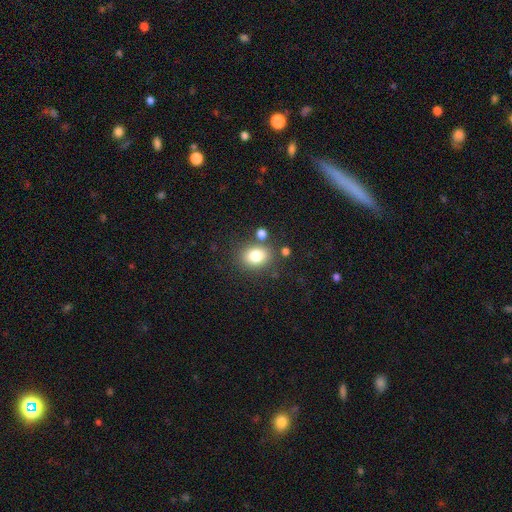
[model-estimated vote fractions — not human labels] Smooth or featured?
  - smooth: 80% *
  - star or artifact: 11%
  - featured or disk: 9%
How rounded?
  - in between: 52% *
  - round: 47%
  - cigar-shaped: 1%
Merging?
  - none: 75% *
  - minor disturbance: 12%
  - merger: 9%
  - major disturbance: 4%